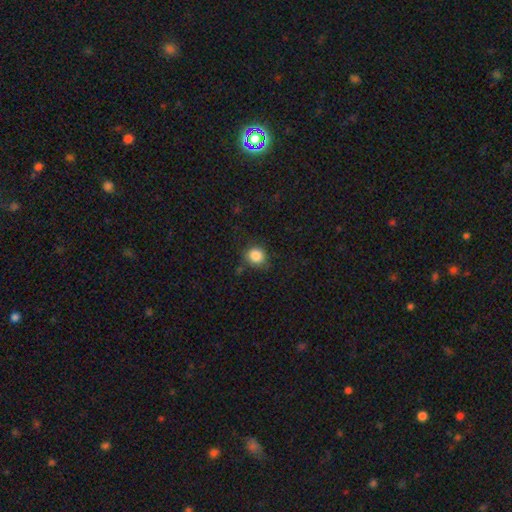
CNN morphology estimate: Smooth or featured: smooth — 86% (star or artifact — 10%)
How rounded: round — 84% (in between — 15%)
Merging: none — 78% (minor disturbance — 16%)